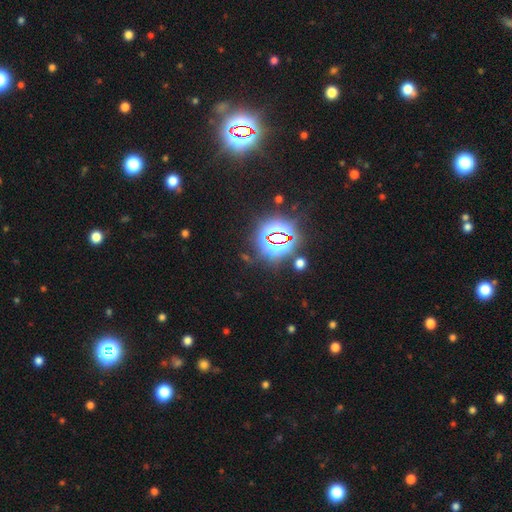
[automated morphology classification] Smooth or featured: star or artifact — 82% (smooth — 12%)